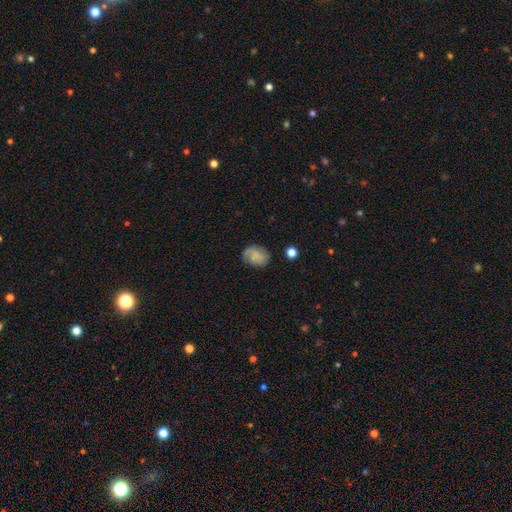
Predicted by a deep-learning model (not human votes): Morphology: type=smooth (66%); roundness=in between (64%); merging=none (66%).